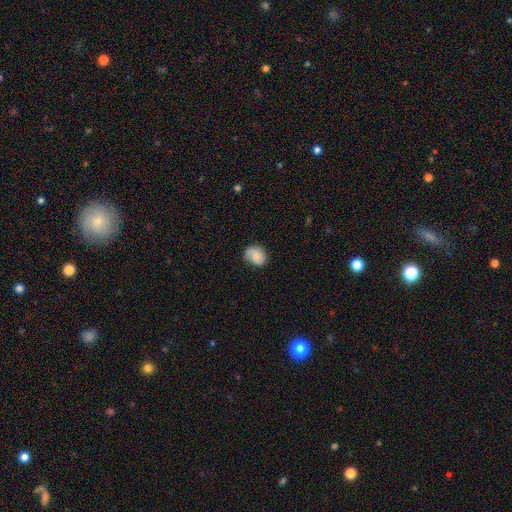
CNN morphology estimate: Smooth or featured? Predicted: smooth (p=0.74). How rounded? Predicted: in between (p=0.51). Merging? Predicted: none (p=0.67).